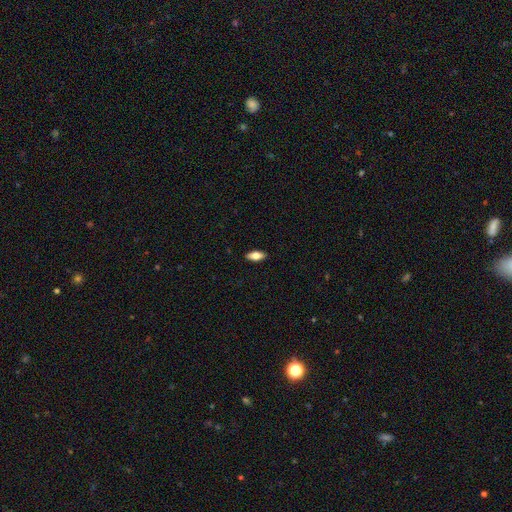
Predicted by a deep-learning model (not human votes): smooth-or-featured: smooth: 75% | featured or disk: 18% | star or artifact: 7%
  how-rounded: in between: 84% | cigar-shaped: 13% | round: 3%
  merging: none: 90% | minor disturbance: 8% | major disturbance: 2% | merger: 1%